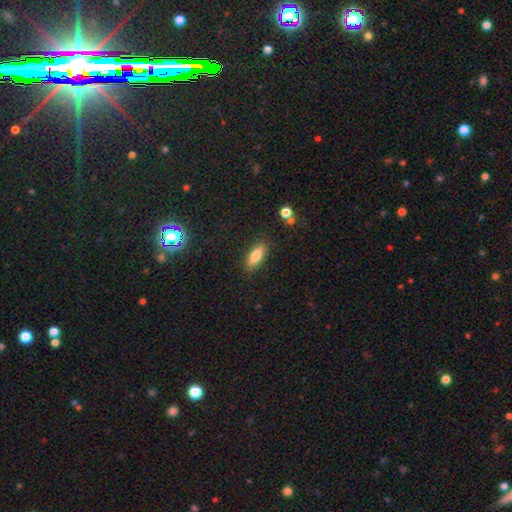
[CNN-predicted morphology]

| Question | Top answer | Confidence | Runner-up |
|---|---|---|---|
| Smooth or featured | smooth | 79% | featured or disk (13%) |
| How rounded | in between | 66% | cigar-shaped (32%) |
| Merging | none | 86% | minor disturbance (10%) |